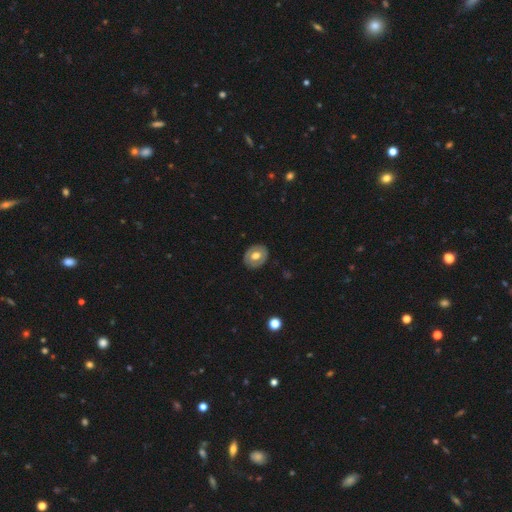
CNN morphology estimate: Smooth or featured?
  - smooth: 50% *
  - featured or disk: 44%
  - star or artifact: 6%
How rounded?
  - round: 53% *
  - in between: 46%
  - cigar-shaped: 1%
Merging?
  - none: 86% *
  - minor disturbance: 11%
  - major disturbance: 3%
  - merger: 1%